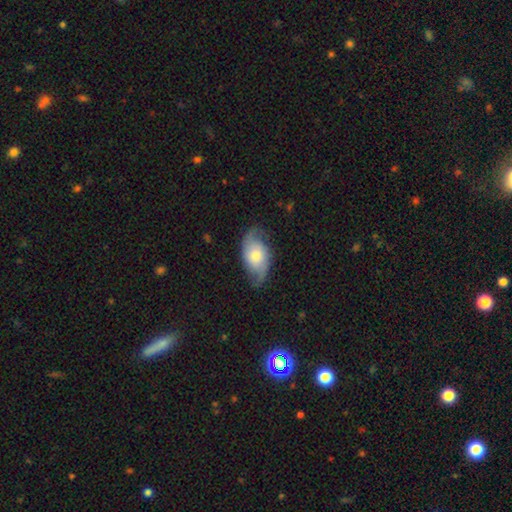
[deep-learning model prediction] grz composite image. It shows a featured or disk galaxy (65%) with no bar (74%), 2 (88%) loose (54%) spiral arms (88%) and a moderate central bulge (63%). Merging: none (68%).